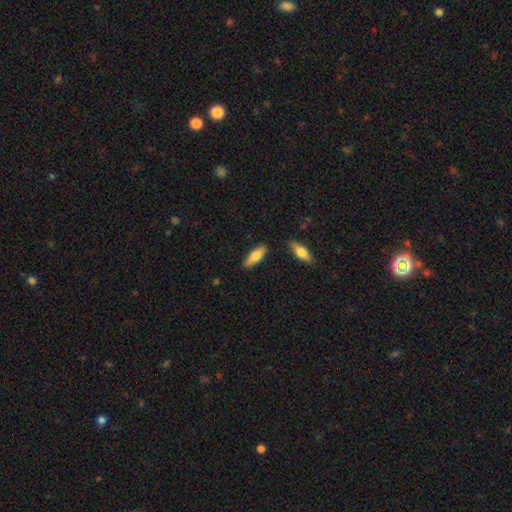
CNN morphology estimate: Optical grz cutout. It shows a smooth galaxy with no disk features (71%) that is in between round and cigar-shaped (61%). Merging: none (84%).